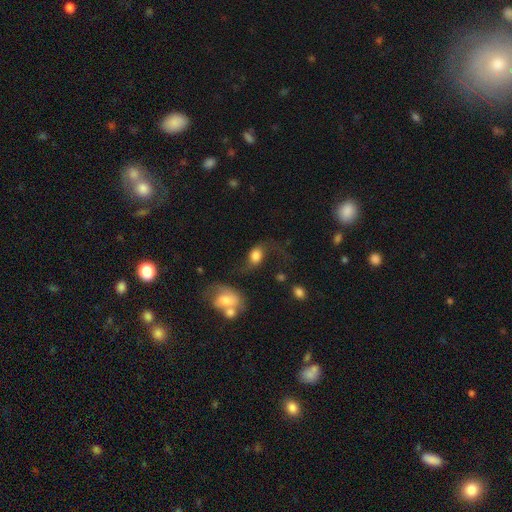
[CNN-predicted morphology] A featured or disk galaxy (48%).

Vote fractions:
- Smooth or featured? featured or disk: 48% / smooth: 43% / star or artifact: 9%
- Merging? none: 44% / major disturbance: 26% / minor disturbance: 19% / merger: 11%